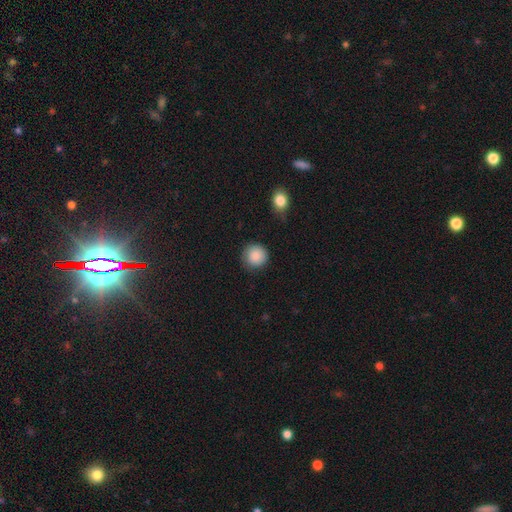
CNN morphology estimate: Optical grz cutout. It shows a smooth galaxy with no disk features (88%) that is round (94%). Merging: none (84%).